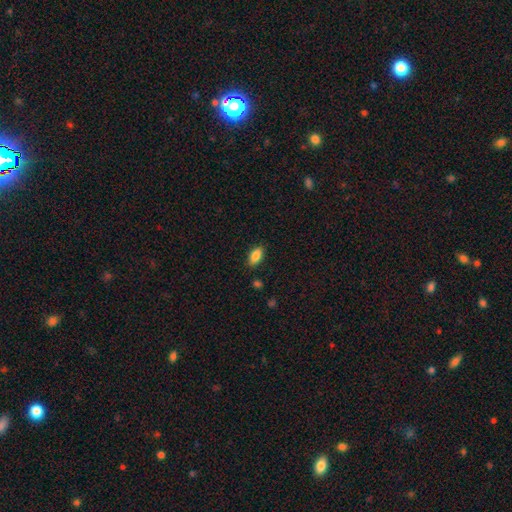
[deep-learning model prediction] A smooth galaxy with no disk features (86%) that is in between round and cigar-shaped (90%).

Vote fractions:
- Smooth or featured? smooth: 86% / star or artifact: 8% / featured or disk: 6%
- How rounded? in between: 90% / cigar-shaped: 7% / round: 4%
- Merging? none: 86% / minor disturbance: 10% / major disturbance: 2% / merger: 1%